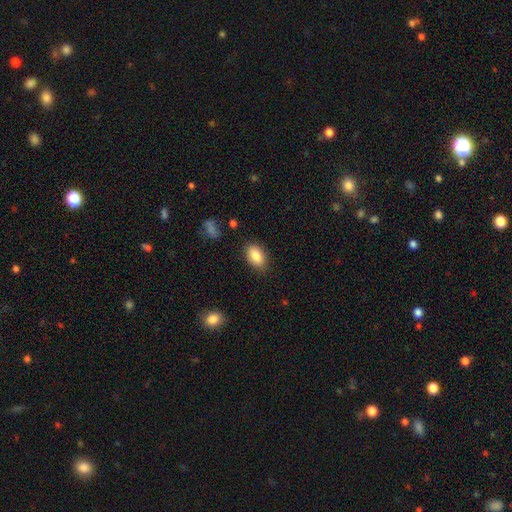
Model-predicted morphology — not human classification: Smooth or featured? smooth (86%)
How rounded? in between (91%)
Merging? none (84%)